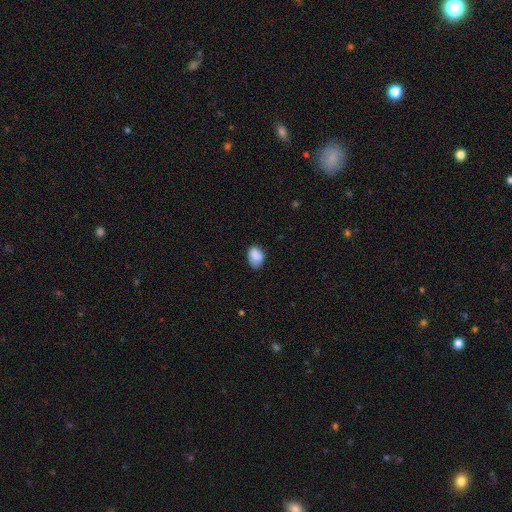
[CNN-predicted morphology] The model was most divided on "merging": none: 74%, minor disturbance: 21%, major disturbance: 4%, merger: 1%. More confident: smooth or featured — smooth (87%); how rounded — in between (77%).